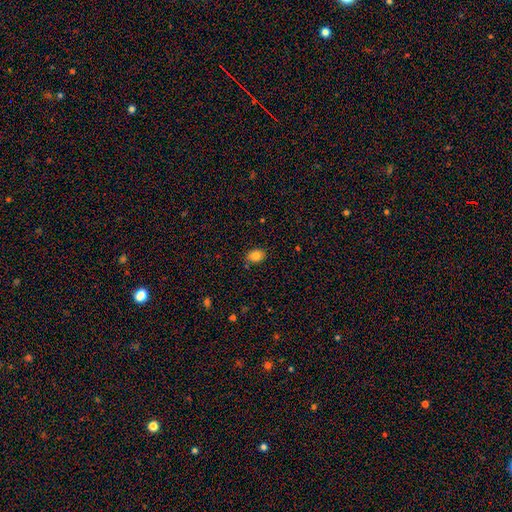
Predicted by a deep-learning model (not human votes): This appears to be a smooth galaxy with no disk features (82%) that is in between round and cigar-shaped (69%). Merging: none (83%).